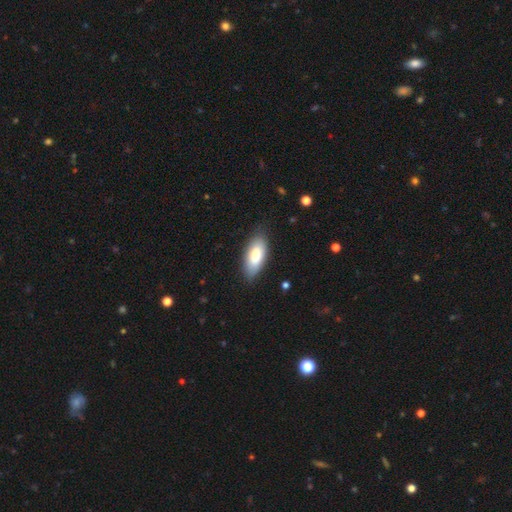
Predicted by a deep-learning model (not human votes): This is clearly a smooth galaxy (81%). How rounded: clearly in between (86%). Merging: clearly none (83%).